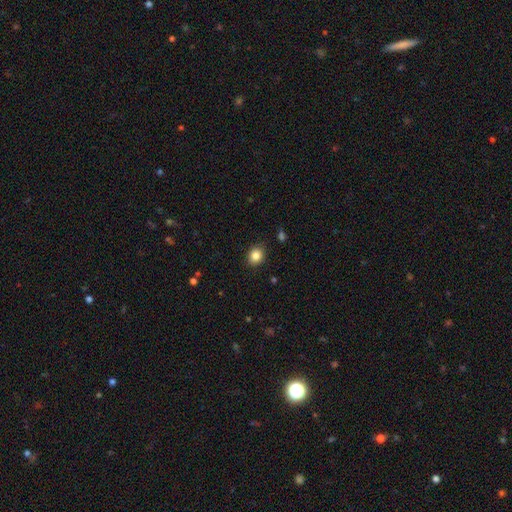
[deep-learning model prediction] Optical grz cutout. It shows a smooth galaxy with no disk features (84%) that is round (67%). Merging: none (87%).